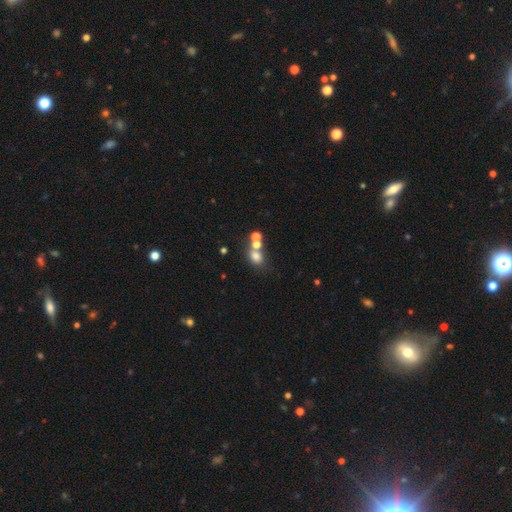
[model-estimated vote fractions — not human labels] Smooth or featured?
  - smooth: 69% *
  - star or artifact: 17%
  - featured or disk: 14%
How rounded?
  - in between: 54% *
  - round: 45%
  - cigar-shaped: 2%
Merging?
  - none: 42% *
  - merger: 40%
  - minor disturbance: 11%
  - major disturbance: 7%